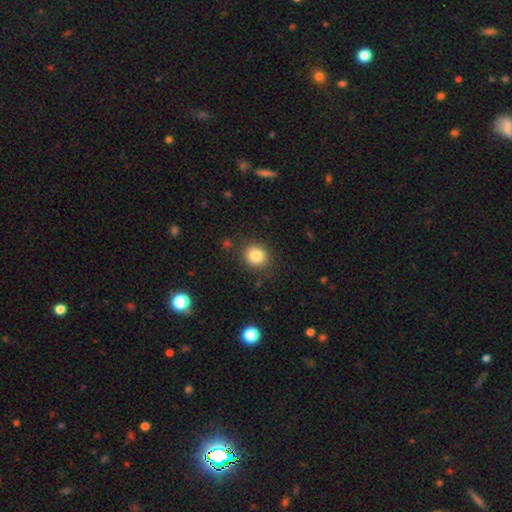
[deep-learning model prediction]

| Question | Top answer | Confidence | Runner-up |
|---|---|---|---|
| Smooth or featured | smooth | 84% | star or artifact (10%) |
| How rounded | round | 83% | in between (17%) |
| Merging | none | 85% | minor disturbance (10%) |